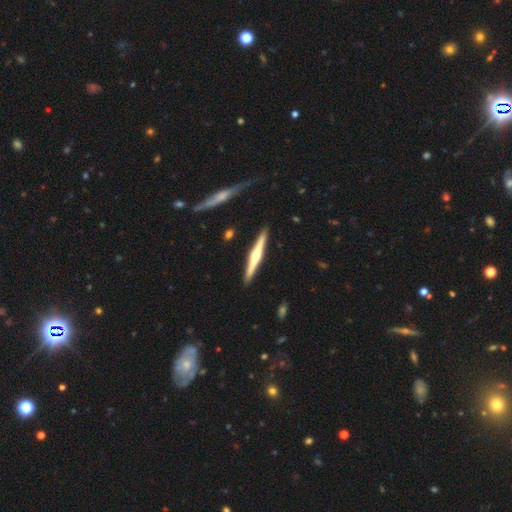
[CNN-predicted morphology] smooth-or-featured: featured or disk: 72% | smooth: 23% | star or artifact: 5%
  disk-edge-on: yes: 98% | no: 2%
    edge-on-bulge: rounded: 90% | none: 6% | boxy: 4%
  merging: none: 91% | minor disturbance: 6% | merger: 2% | major disturbance: 1%